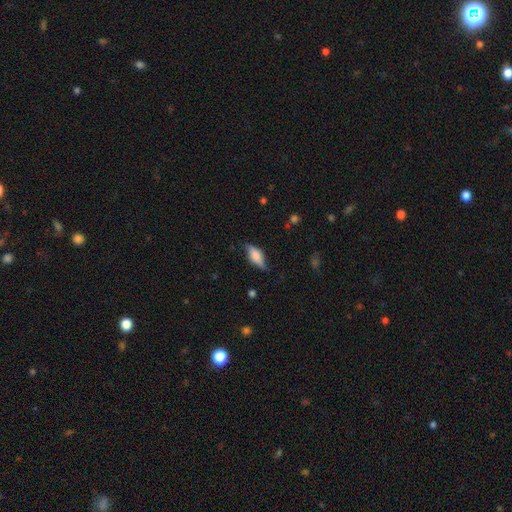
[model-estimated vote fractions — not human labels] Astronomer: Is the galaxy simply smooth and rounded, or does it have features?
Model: smooth — 65%.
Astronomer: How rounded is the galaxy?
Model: in between — 71%.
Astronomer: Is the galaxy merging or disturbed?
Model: none — 71%.